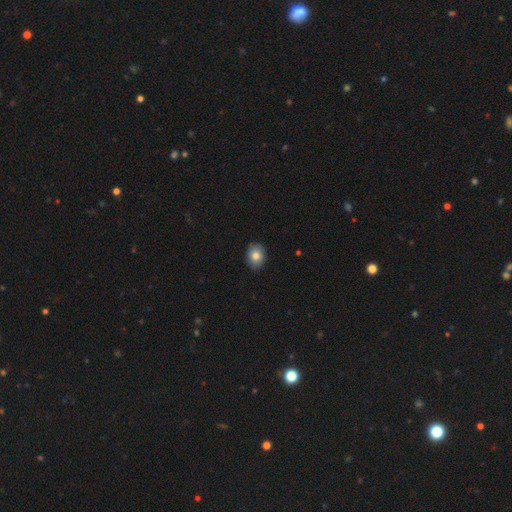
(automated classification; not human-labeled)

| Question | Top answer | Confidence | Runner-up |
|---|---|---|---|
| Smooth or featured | smooth | 82% | featured or disk (10%) |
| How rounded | in between | 58% | round (41%) |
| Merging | none | 86% | minor disturbance (11%) |